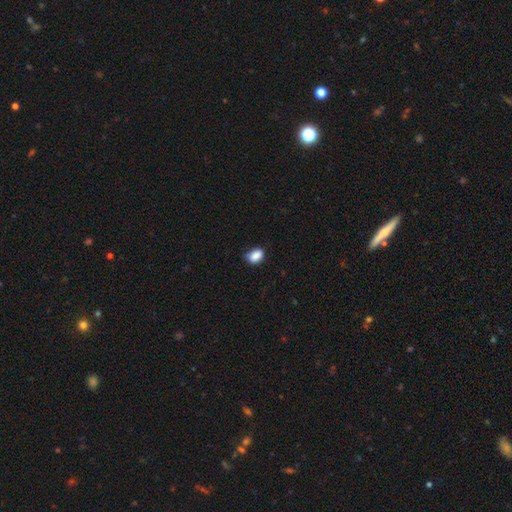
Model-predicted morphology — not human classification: Smooth or featured? Predicted: smooth (p=0.87). How rounded? Predicted: in between (p=0.82). Merging? Predicted: none (p=0.70).